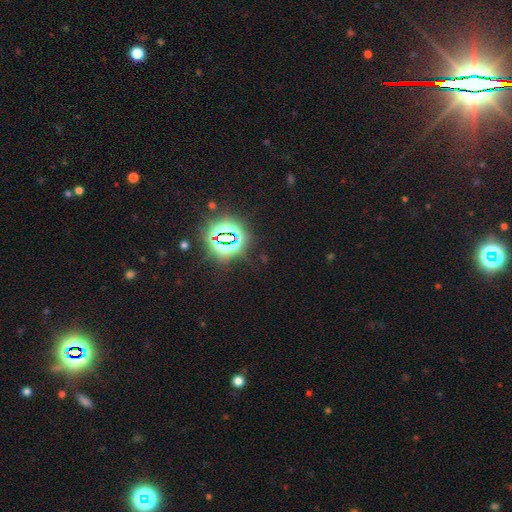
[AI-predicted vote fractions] smooth_or_featured: star or artifact (p=0.81) [alt: smooth p=0.12]